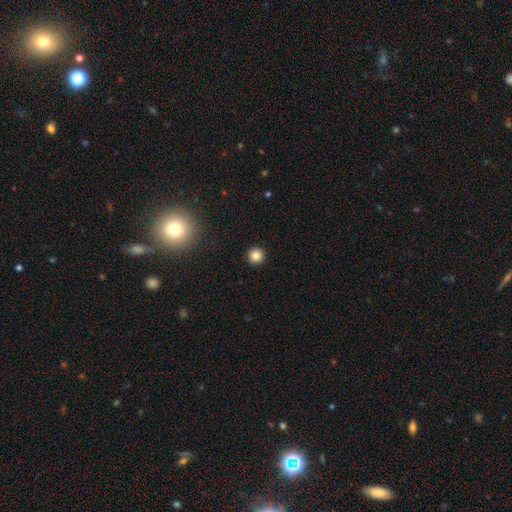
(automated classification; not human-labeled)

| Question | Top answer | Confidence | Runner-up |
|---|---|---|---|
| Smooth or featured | smooth | 84% | star or artifact (11%) |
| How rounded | round | 95% | in between (4%) |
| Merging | none | 94% | minor disturbance (4%) |